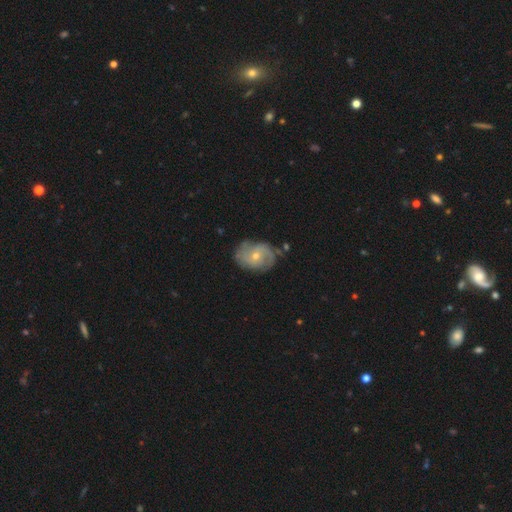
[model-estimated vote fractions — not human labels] Q: Smooth or featured?
A: featured or disk (72%); runner-up: smooth (22%)
Q: Edge-on disk?
A: no (97%); runner-up: yes (3%)
Q: Bar?
A: no (68%); runner-up: weak (27%)
Q: Spiral arms?
A: yes (87%); runner-up: no (13%)
Q: Spiral winding?
A: tight (40%); runner-up: medium (39%)
Q: Spiral arm count?
A: 2 (48%); runner-up: can't tell (26%)
Q: Bulge size?
A: small (59%); runner-up: moderate (38%)
Q: Merging?
A: none (69%); runner-up: minor disturbance (21%)